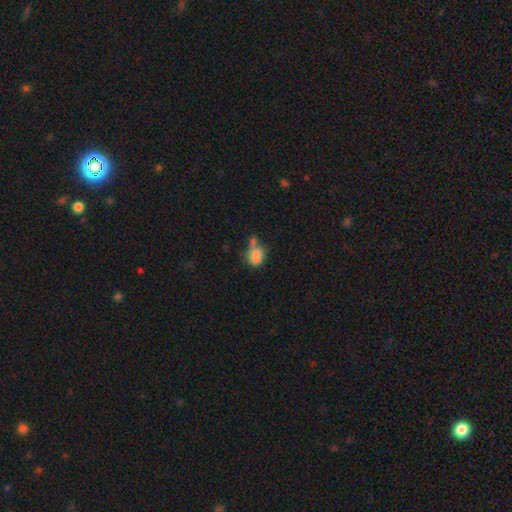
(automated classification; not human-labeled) smooth-or-featured: smooth: 79% | featured or disk: 11% | star or artifact: 10%
  how-rounded: in between: 56% | round: 43% | cigar-shaped: 1%
  merging: merger: 36% | none: 34% | minor disturbance: 21% | major disturbance: 10%